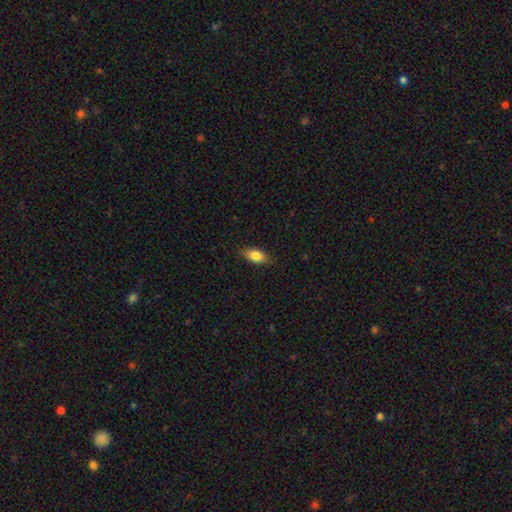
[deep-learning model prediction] Q: Smooth or featured?
A: smooth (83%); runner-up: featured or disk (10%)
Q: How rounded?
A: in between (87%); runner-up: cigar-shaped (7%)
Q: Merging?
A: none (84%); runner-up: minor disturbance (12%)